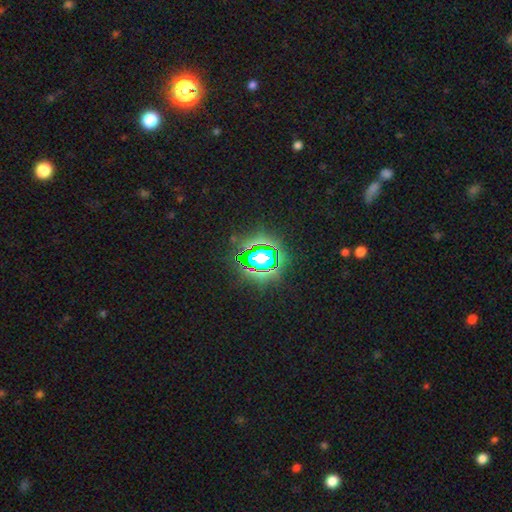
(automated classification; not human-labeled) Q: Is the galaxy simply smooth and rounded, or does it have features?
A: star or artifact — 80%.